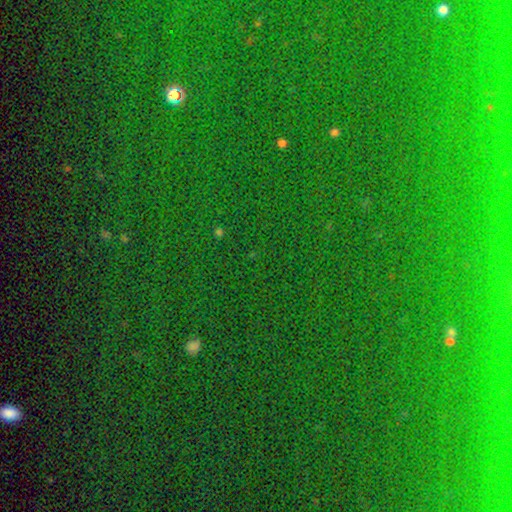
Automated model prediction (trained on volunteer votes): Smooth or featured? Predicted: star or artifact (p=0.79).